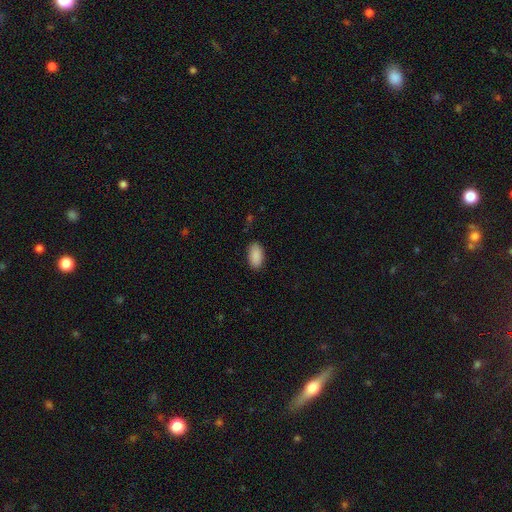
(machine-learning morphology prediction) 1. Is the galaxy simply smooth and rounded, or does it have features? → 90% smooth, 7% star or artifact, 3% featured or disk.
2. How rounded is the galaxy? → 94% in between, 3% round, 3% cigar-shaped.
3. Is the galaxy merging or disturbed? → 86% none, 10% minor disturbance, 2% major disturbance, 1% merger.